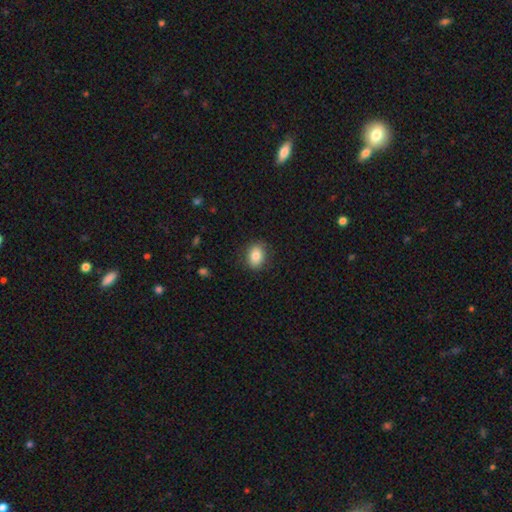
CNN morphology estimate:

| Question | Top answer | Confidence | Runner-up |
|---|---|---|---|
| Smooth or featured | smooth | 84% | star or artifact (8%) |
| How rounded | in between | 68% | round (30%) |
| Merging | none | 86% | minor disturbance (10%) |